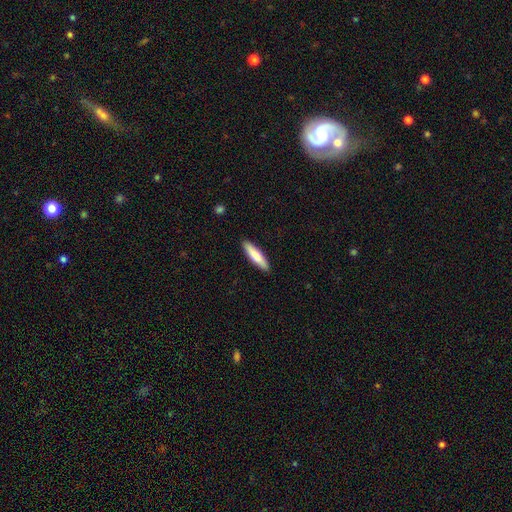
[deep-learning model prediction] Smooth or featured? smooth (79%)
How rounded? cigar-shaped (80%)
Merging? none (90%)